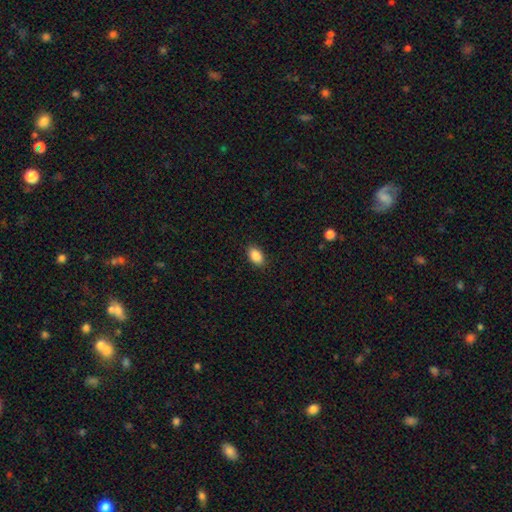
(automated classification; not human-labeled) A smooth galaxy with no disk features (88%) that is in between round and cigar-shaped (92%).

Vote fractions:
- Smooth or featured? smooth: 88% / star or artifact: 8% / featured or disk: 5%
- How rounded? in between: 92% / round: 6% / cigar-shaped: 2%
- Merging? none: 89% / minor disturbance: 8% / major disturbance: 2% / merger: 1%